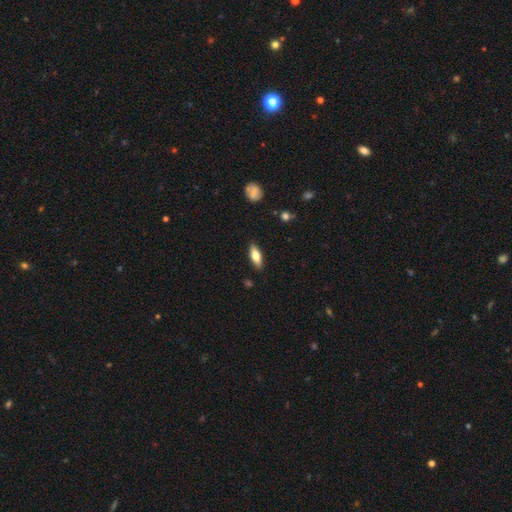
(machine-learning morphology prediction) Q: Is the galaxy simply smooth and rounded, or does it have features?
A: smooth — 66%.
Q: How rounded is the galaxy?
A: in between — 66%.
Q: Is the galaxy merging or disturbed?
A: none — 88%.